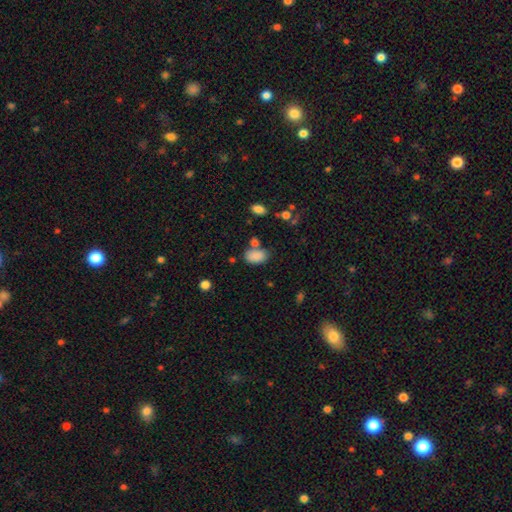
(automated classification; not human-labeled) smooth 85%, star or artifact 9%, featured or disk 6%. Down the decision tree: how rounded — in between (90%); merging — none (62%).